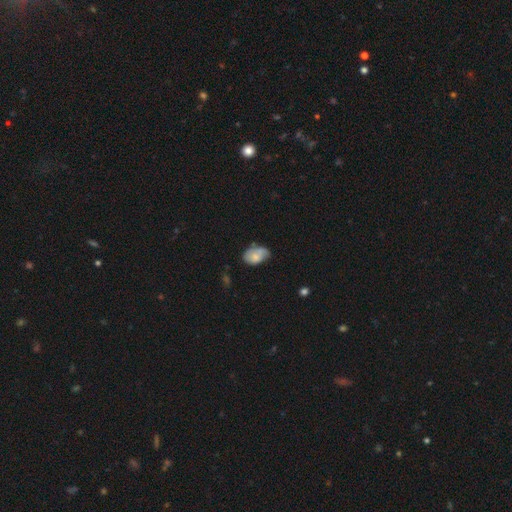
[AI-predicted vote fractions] Q: Smooth or featured?
A: smooth (72%); runner-up: featured or disk (21%)
Q: How rounded?
A: in between (89%); runner-up: round (10%)
Q: Merging?
A: none (48%); runner-up: minor disturbance (38%)